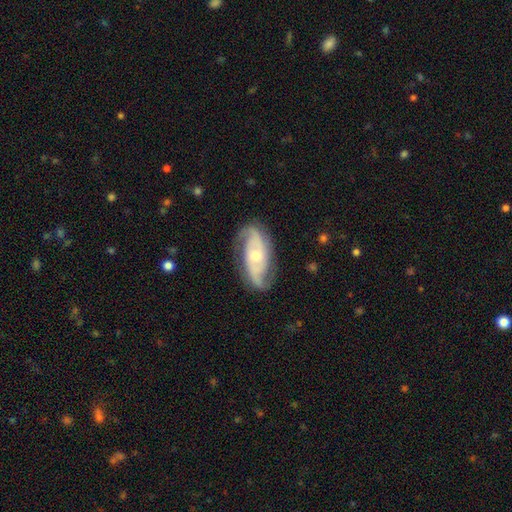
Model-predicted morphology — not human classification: Smooth or featured: featured or disk — 87% (smooth — 8%)
Edge-on disk: no — 95% (yes — 5%)
Bar: no — 59% (weak — 32%)
Spiral arms: yes — 97% (no — 3%)
Spiral winding: medium — 47% (tight — 36%)
Spiral arm count: 2 — 80% (3 — 7%)
Bulge size: moderate — 60% (small — 33%)
Merging: none — 77% (minor disturbance — 16%)